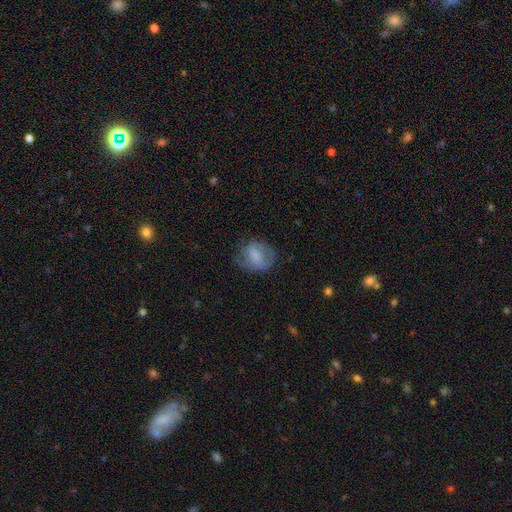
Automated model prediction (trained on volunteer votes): This appears to be a smooth galaxy with no disk features (58%) that is round (51%). Merging: none (56%).